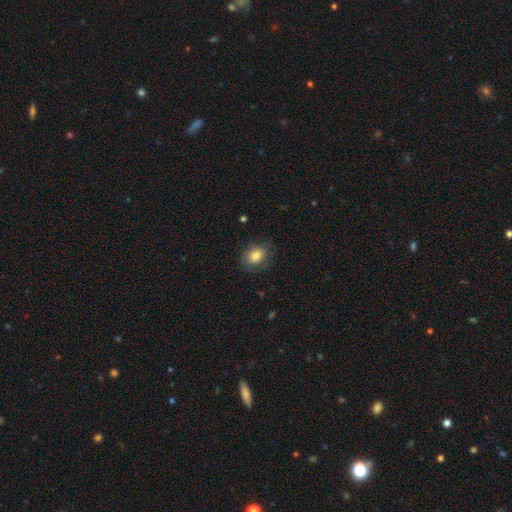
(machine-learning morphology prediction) smooth-or-featured: smooth: 75% | featured or disk: 16% | star or artifact: 9%
  how-rounded: round: 51% | in between: 48% | cigar-shaped: 1%
  merging: none: 74% | minor disturbance: 18% | major disturbance: 7% | merger: 1%